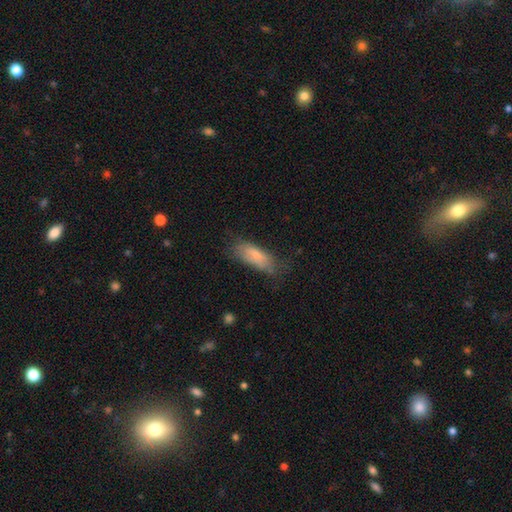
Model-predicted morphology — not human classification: Smooth or featured: smooth — 72% (featured or disk — 21%)
How rounded: in between — 69% (cigar-shaped — 29%)
Merging: none — 57% (minor disturbance — 29%)